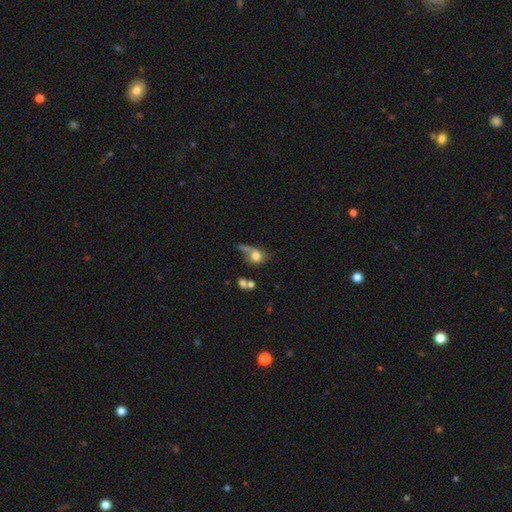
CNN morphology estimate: Overall: smooth (67%). How rounded: round (58%; in between 38%). Merging: none (30%; major disturbance 26%).